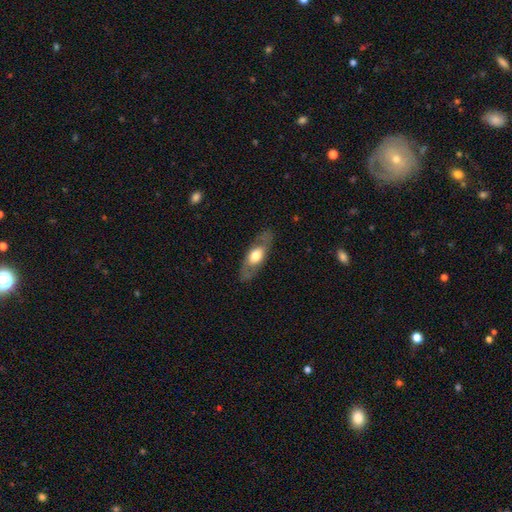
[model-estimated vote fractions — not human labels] This appears to be a featured or disk galaxy (49%). Merging: none (80%).